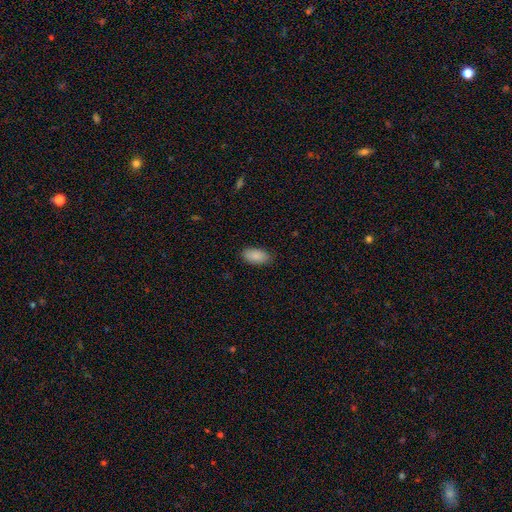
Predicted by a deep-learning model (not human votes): This is clearly a smooth galaxy (89%). How rounded: clearly in between (94%). Merging: clearly none (83%).